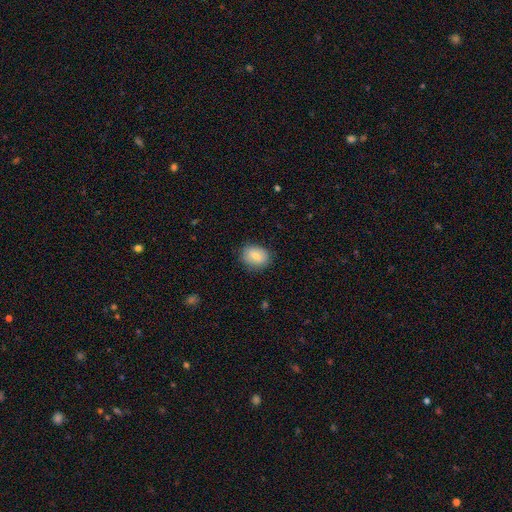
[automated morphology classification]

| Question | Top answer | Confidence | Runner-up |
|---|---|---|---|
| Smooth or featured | smooth | 79% | featured or disk (13%) |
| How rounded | in between | 60% | round (39%) |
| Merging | none | 83% | minor disturbance (13%) |